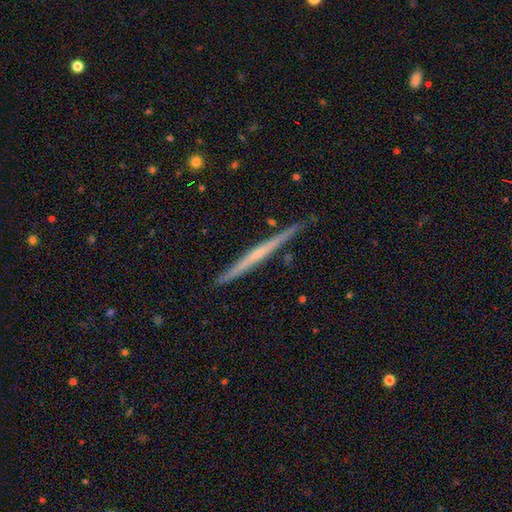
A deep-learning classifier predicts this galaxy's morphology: A featured or disk galaxy (69%) viewed edge-on (98%) with no central bulge (62%).

Vote fractions:
- Smooth or featured? featured or disk: 69% / smooth: 24% / star or artifact: 7%
- Edge-on disk? yes: 98% / no: 2%
- Edge-on bulge? none: 62% / rounded: 32% / boxy: 6%
- Merging? none: 90% / minor disturbance: 8% / major disturbance: 1% / merger: 1%